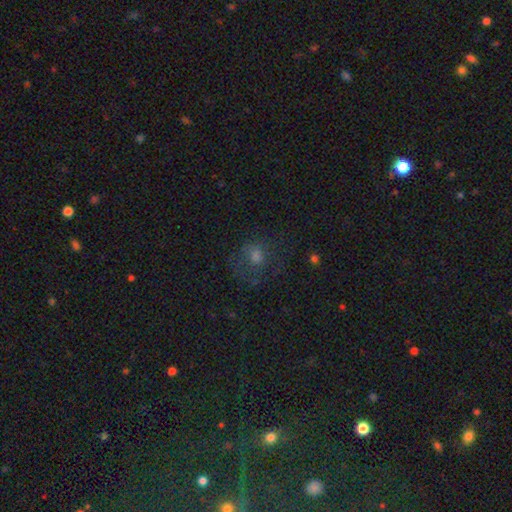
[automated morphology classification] Overall: smooth (51%; star or artifact 28%). How rounded: round (72%). Merging: none (57%; major disturbance 21%).